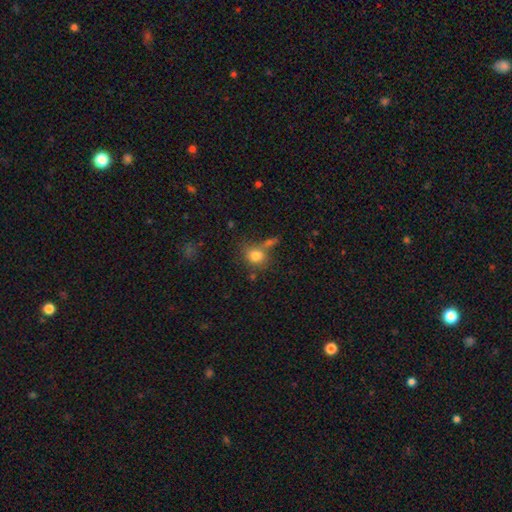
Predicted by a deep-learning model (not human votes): Smooth or featured? Predicted: smooth (p=0.80). How rounded? Predicted: round (p=0.59). Merging? Predicted: none (p=0.56).